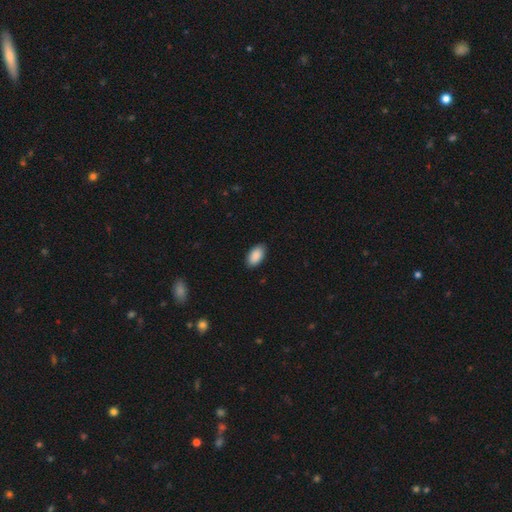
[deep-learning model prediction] This is clearly a smooth galaxy (90%). How rounded: clearly in between (95%). Merging: clearly none (87%).